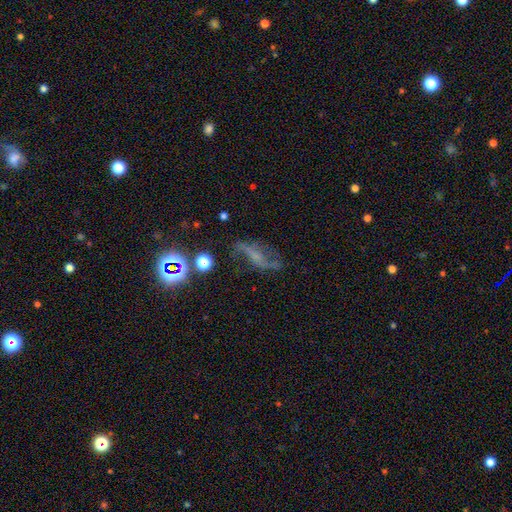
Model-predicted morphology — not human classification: smooth-or-featured: featured or disk: 61% | star or artifact: 21% | smooth: 18%
  disk-edge-on: no: 89% | yes: 11%
    bar: no: 39% | weak: 34% | strong: 27%
    has-spiral-arms: yes: 83% | no: 17%
    bulge-size: none: 42% | small: 36% | moderate: 16% | large: 4% | dominant: 2%
  merging: none: 57% | minor disturbance: 20% | major disturbance: 18% | merger: 5%